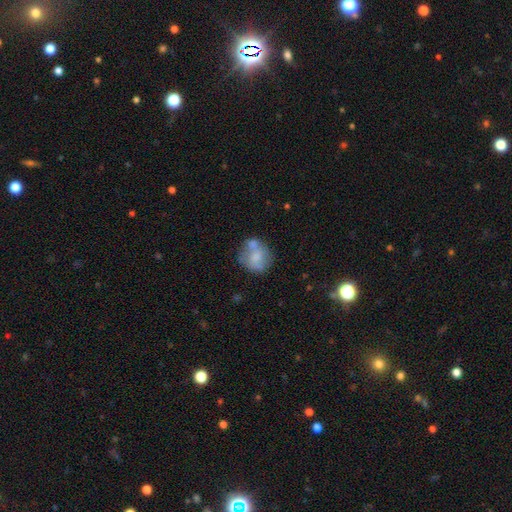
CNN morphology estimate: smooth-or-featured: smooth: 61% | featured or disk: 30% | star or artifact: 9%
  how-rounded: round: 76% | in between: 23% | cigar-shaped: 1%
  merging: none: 45% | merger: 28% | minor disturbance: 18% | major disturbance: 8%